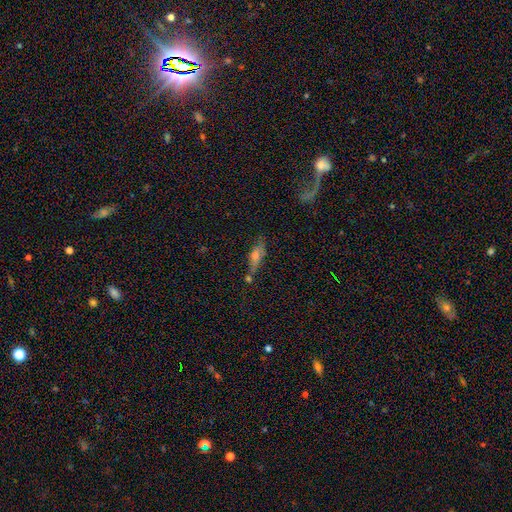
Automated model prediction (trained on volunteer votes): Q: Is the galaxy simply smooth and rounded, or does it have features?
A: featured or disk — 47%.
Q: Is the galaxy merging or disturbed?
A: none — 59%.